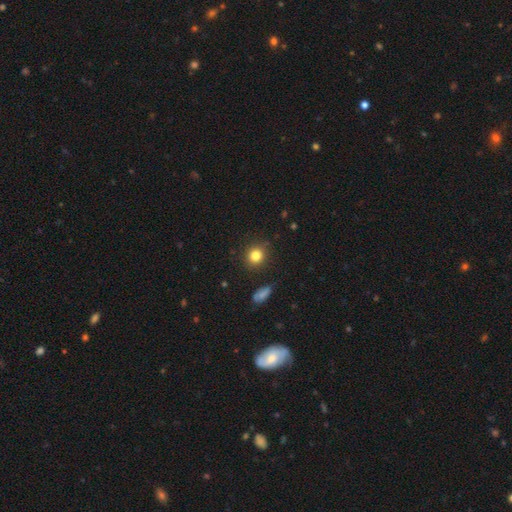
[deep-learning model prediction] Smooth or featured?
  - smooth: 82% *
  - star or artifact: 12%
  - featured or disk: 6%
How rounded?
  - round: 84% *
  - in between: 15%
  - cigar-shaped: 1%
Merging?
  - none: 86% *
  - minor disturbance: 10%
  - major disturbance: 3%
  - merger: 2%